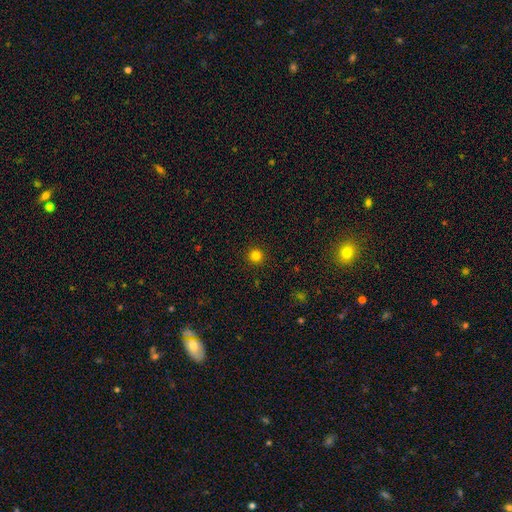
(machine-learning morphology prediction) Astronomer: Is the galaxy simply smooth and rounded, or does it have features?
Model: smooth — 81%.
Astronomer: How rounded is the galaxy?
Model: round — 96%.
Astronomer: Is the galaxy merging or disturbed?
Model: none — 93%.